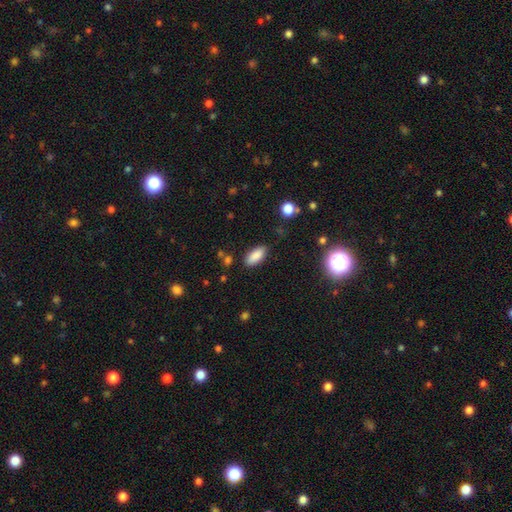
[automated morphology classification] A smooth galaxy with no disk features (87%) that is in between round and cigar-shaped (88%).

Vote fractions:
- Smooth or featured? smooth: 87% / star or artifact: 8% / featured or disk: 5%
- How rounded? in between: 88% / cigar-shaped: 10% / round: 2%
- Merging? none: 84% / minor disturbance: 11% / major disturbance: 3% / merger: 2%